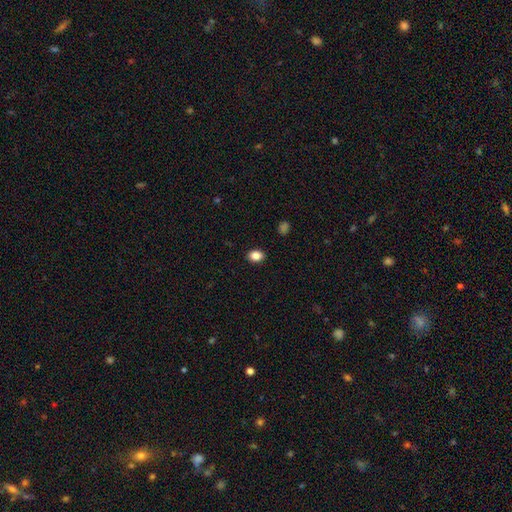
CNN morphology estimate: The model was most divided on "how rounded": in between: 63%, round: 36%, cigar-shaped: 1%. More confident: merging — none (90%); smooth or featured — smooth (86%).